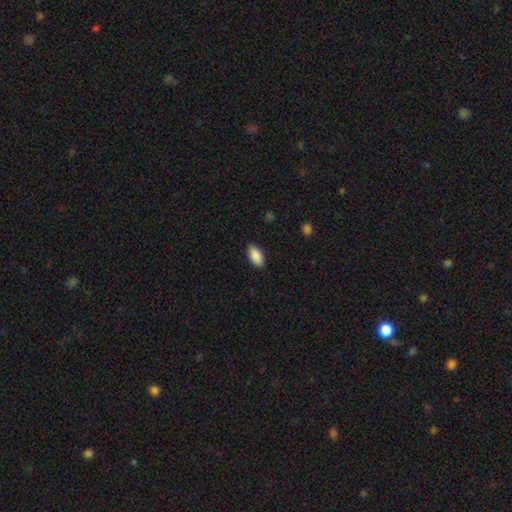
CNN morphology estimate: Smooth or featured?
  - smooth: 90% *
  - star or artifact: 7%
  - featured or disk: 4%
How rounded?
  - in between: 94% *
  - round: 3%
  - cigar-shaped: 3%
Merging?
  - none: 88% *
  - minor disturbance: 9%
  - major disturbance: 2%
  - merger: 1%